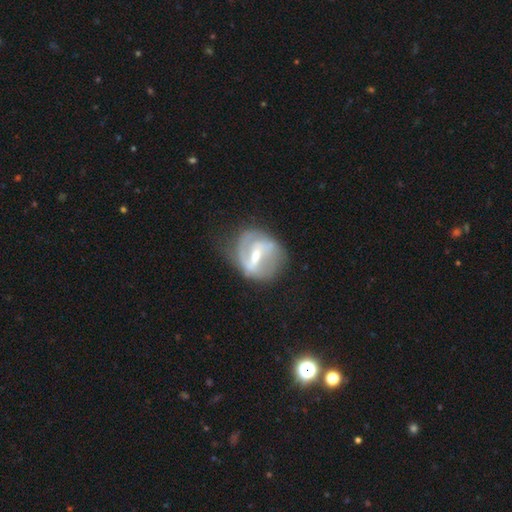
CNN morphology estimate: smooth-or-featured: featured or disk: 76% | smooth: 18% | star or artifact: 6%
  disk-edge-on: no: 96% | yes: 4%
    bar: strong: 49% | weak: 40% | no: 12%
    has-spiral-arms: yes: 77% | no: 23%
      spiral-winding: medium: 42% | loose: 32% | tight: 26%
      spiral-arm-count: 2: 69% | can't tell: 15% | 1: 9% | 3: 3% | 4: 1% | more than 4: 1%
    bulge-size: moderate: 52% | small: 39% | large: 5% | none: 4% | dominant: 1%
  merging: none: 60% | minor disturbance: 23% | major disturbance: 14% | merger: 2%